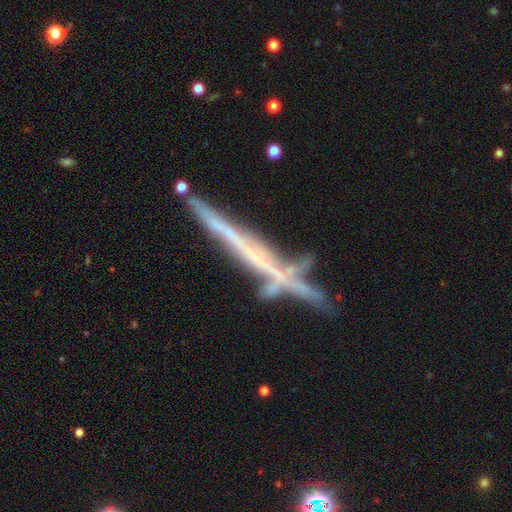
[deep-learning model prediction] smooth_or_featured: featured or disk (p=0.71) [alt: smooth p=0.20]
disk_edge_on: yes (p=0.95) [alt: no p=0.05]
edge_on_bulge: none (p=0.79) [alt: rounded p=0.13]
merging: none (p=0.68) [alt: minor disturbance p=0.15]